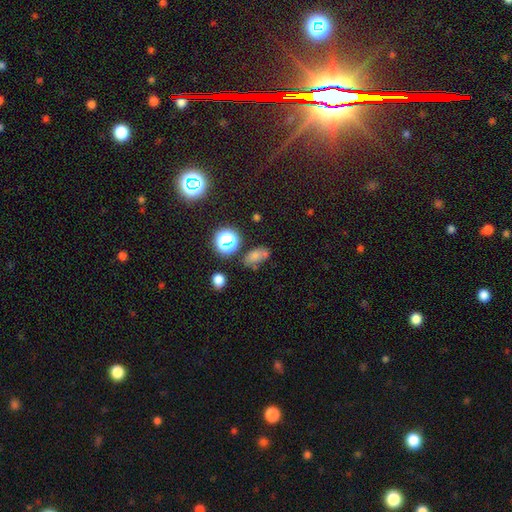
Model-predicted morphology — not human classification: A smooth galaxy with no disk features (64%) that is in between round and cigar-shaped (76%). Merging: none (60%).